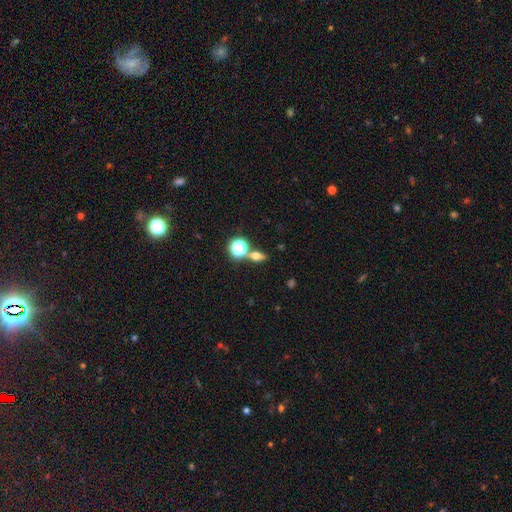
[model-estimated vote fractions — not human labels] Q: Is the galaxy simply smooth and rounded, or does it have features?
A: smooth — 54%.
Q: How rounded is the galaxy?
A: in between — 53%.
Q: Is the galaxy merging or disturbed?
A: none — 70%.